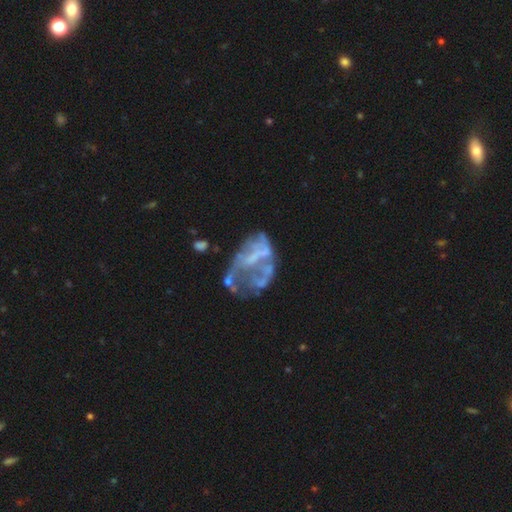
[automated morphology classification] Overall: featured or disk (70%). Edge-on disk: no (98%). Bar: no (76%). Spiral arms: no (82%). Bulge size: none (69%). Merging: major disturbance (40%; none 30%).